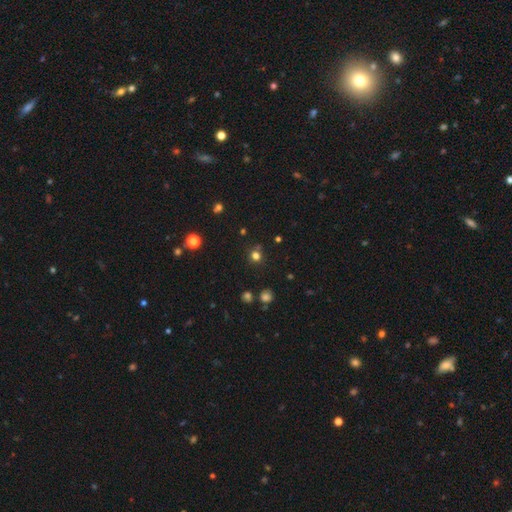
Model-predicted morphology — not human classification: A smooth galaxy with no disk features (69%) that is round (90%).

Vote fractions:
- Smooth or featured? smooth: 69% / star or artifact: 24% / featured or disk: 6%
- How rounded? round: 90% / in between: 9% / cigar-shaped: 1%
- Merging? none: 80% / minor disturbance: 9% / merger: 8% / major disturbance: 3%